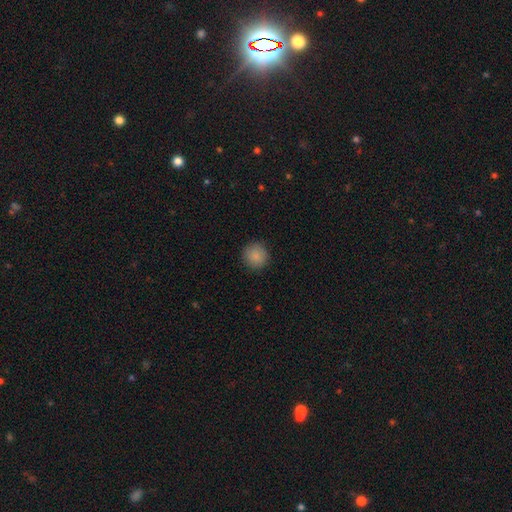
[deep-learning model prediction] A smooth galaxy with no disk features (88%) that is round (94%).

Vote fractions:
- Smooth or featured? smooth: 88% / star or artifact: 9% / featured or disk: 3%
- How rounded? round: 94% / in between: 5% / cigar-shaped: 1%
- Merging? none: 90% / minor disturbance: 7% / major disturbance: 2% / merger: 1%